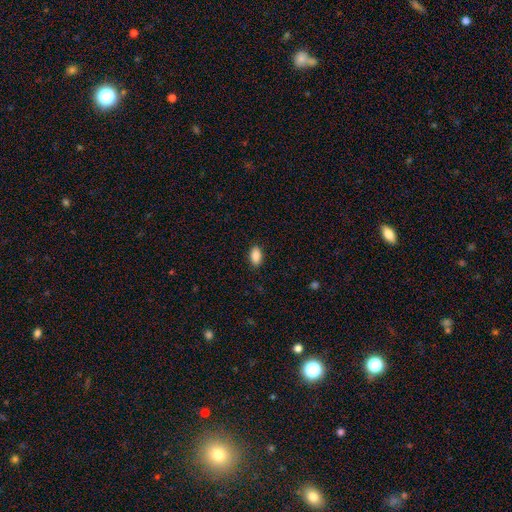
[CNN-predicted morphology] smooth 90%, star or artifact 7%, featured or disk 3%. Down the decision tree: how rounded — in between (92%); merging — none (88%).